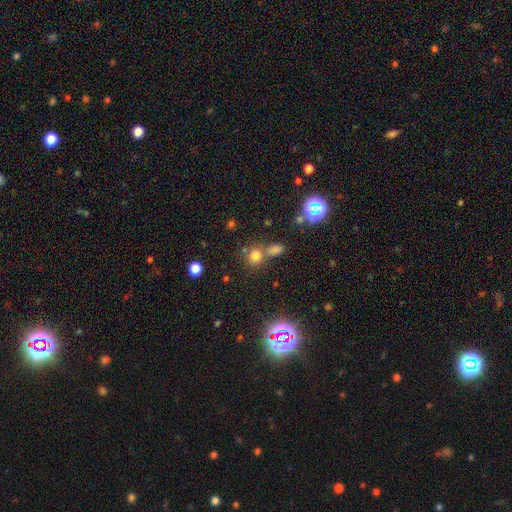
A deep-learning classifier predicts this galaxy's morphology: Smooth or featured? Predicted: smooth (p=0.67). How rounded? Predicted: round (p=0.75). Merging? Predicted: none (p=0.58).